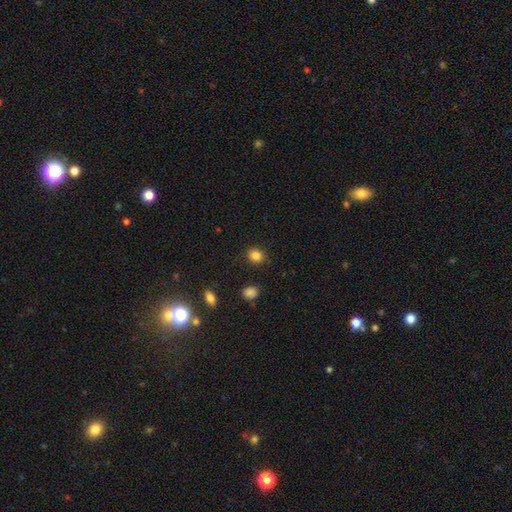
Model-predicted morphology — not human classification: type=smooth (85%); roundness=round (64%); merging=none (88%).